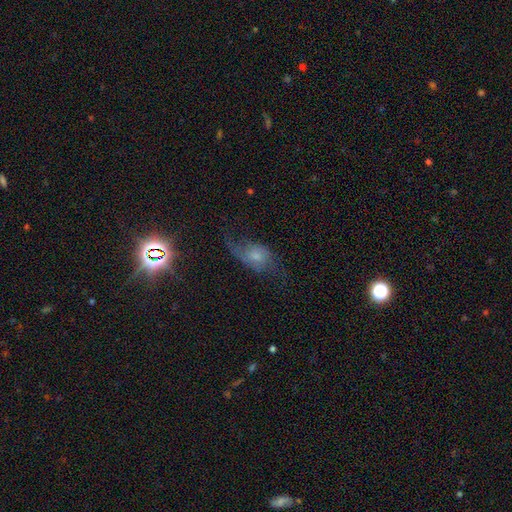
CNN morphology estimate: smooth_or_featured: featured or disk (p=0.56) [alt: smooth p=0.31]
disk_edge_on: no (p=0.91) [alt: yes p=0.09]
bar: no (p=0.69) [alt: weak p=0.26]
has_spiral_arms: yes (p=0.84) [alt: no p=0.16]
bulge_size: moderate (p=0.41) [tied with: small p=0.41]
merging: none (p=0.47) [alt: major disturbance p=0.27]